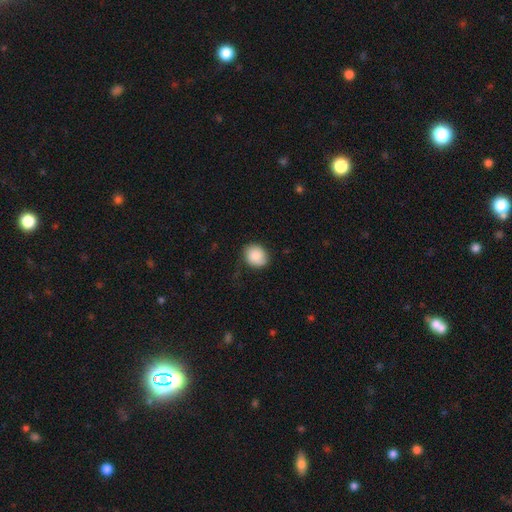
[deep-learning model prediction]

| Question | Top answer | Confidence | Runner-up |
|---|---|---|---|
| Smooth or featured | smooth | 85% | featured or disk (8%) |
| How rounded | round | 69% | in between (30%) |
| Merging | none | 74% | minor disturbance (19%) |